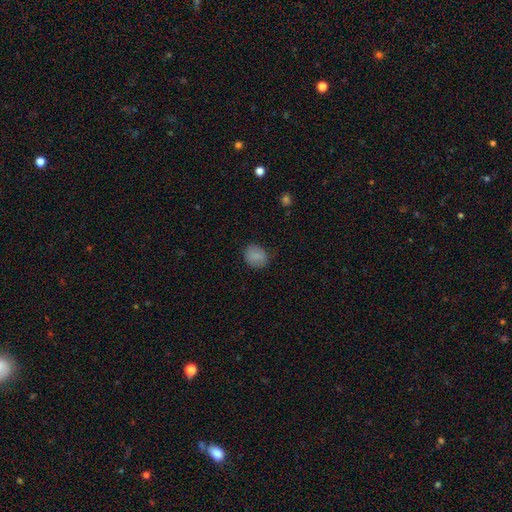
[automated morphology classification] Smooth or featured? smooth (85%)
How rounded? round (69%)
Merging? none (83%)